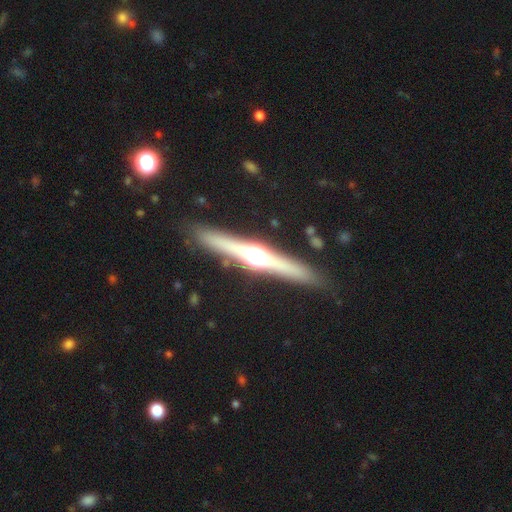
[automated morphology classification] featured or disk 72%, smooth 21%, star or artifact 7%. Down the decision tree: edge-on disk — yes (96%); edge-on bulge — rounded (91%); merging — none (88%).